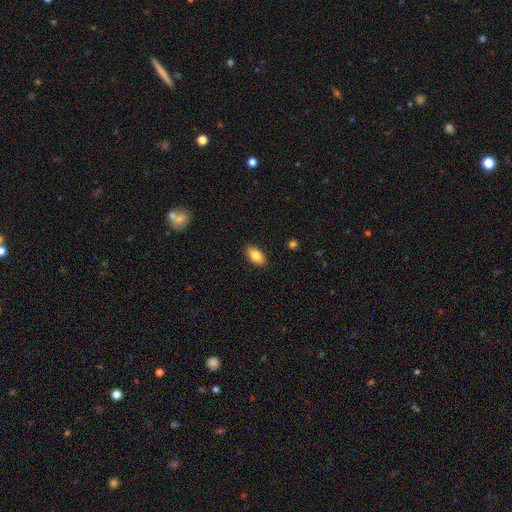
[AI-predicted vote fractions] smooth-or-featured: smooth: 84% | featured or disk: 9% | star or artifact: 7%
  how-rounded: in between: 91% | cigar-shaped: 5% | round: 4%
  merging: none: 88% | minor disturbance: 9% | major disturbance: 2% | merger: 1%